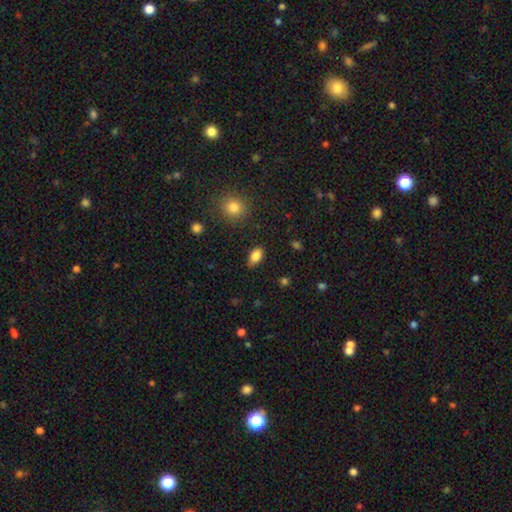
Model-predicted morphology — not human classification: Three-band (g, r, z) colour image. It shows a smooth galaxy with no disk features (84%) that is in between round and cigar-shaped (89%). Merging: none (82%).